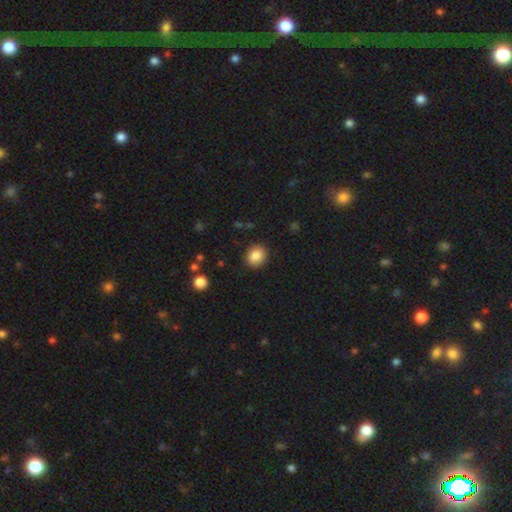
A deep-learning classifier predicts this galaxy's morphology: Q: Smooth or featured?
A: smooth (86%); runner-up: star or artifact (9%)
Q: How rounded?
A: round (65%); runner-up: in between (34%)
Q: Merging?
A: none (90%); runner-up: minor disturbance (7%)